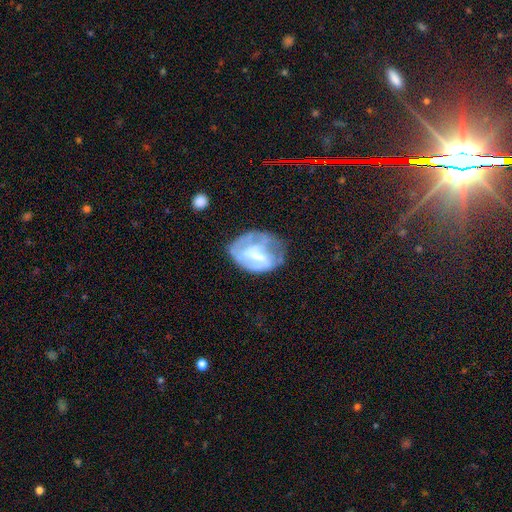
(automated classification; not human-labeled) smooth_or_featured: featured or disk (p=0.66) [alt: smooth p=0.27]
disk_edge_on: no (p=0.97) [alt: yes p=0.03]
bar: weak (p=0.46) [alt: no p=0.30]
has_spiral_arms: yes (p=0.61) [alt: no p=0.39]
bulge_size: moderate (p=0.40) [alt: small p=0.38]
merging: none (p=0.42) [alt: minor disturbance p=0.29]